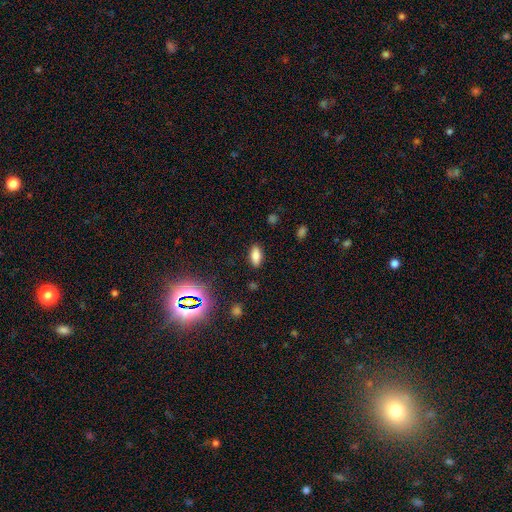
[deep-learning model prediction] Smooth or featured? smooth (79%)
How rounded? in between (85%)
Merging? none (87%)